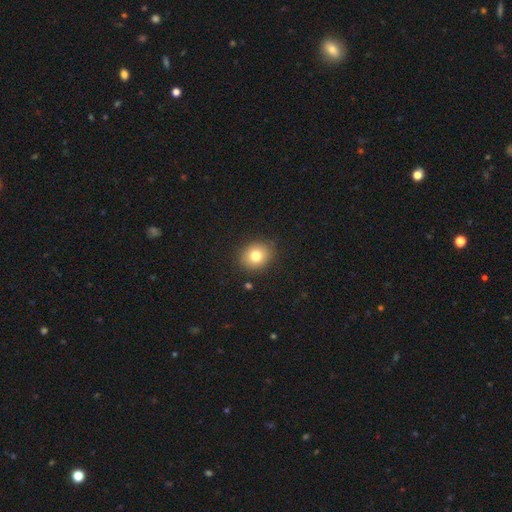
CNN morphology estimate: The model was most divided on "how rounded": round: 66%, in between: 33%, cigar-shaped: 1%. More confident: merging — none (87%); smooth or featured — smooth (78%).